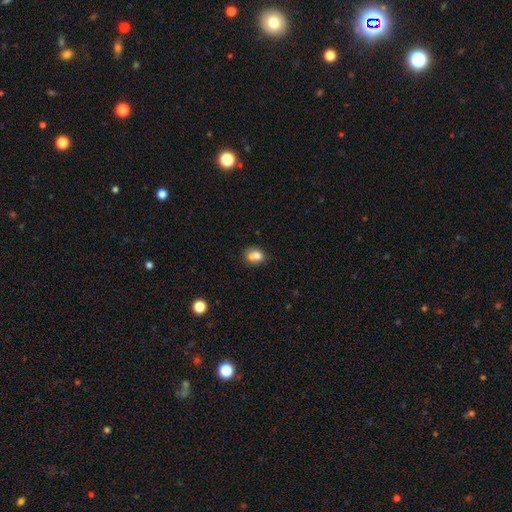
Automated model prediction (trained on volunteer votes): A smooth galaxy with no disk features (75%) that is round (51%). Merging: none (45%).